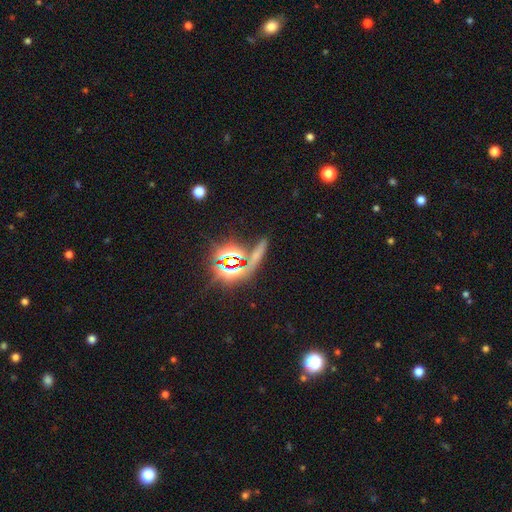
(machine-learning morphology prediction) This appears to be a star or artifact, not a galaxy (49%).